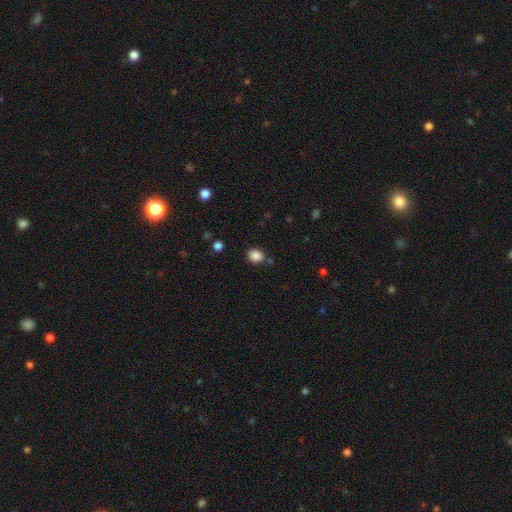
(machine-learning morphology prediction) The model was most divided on "how rounded": round: 61%, in between: 38%, cigar-shaped: 1%. More confident: smooth or featured — smooth (87%); merging — none (82%).